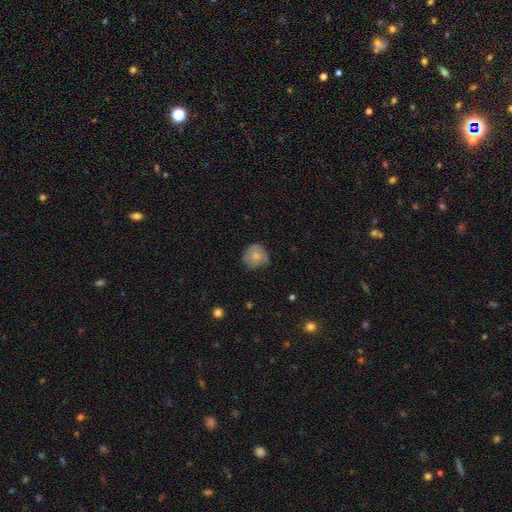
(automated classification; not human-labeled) Smooth or featured? smooth (71%)
How rounded? round (86%)
Merging? none (65%)